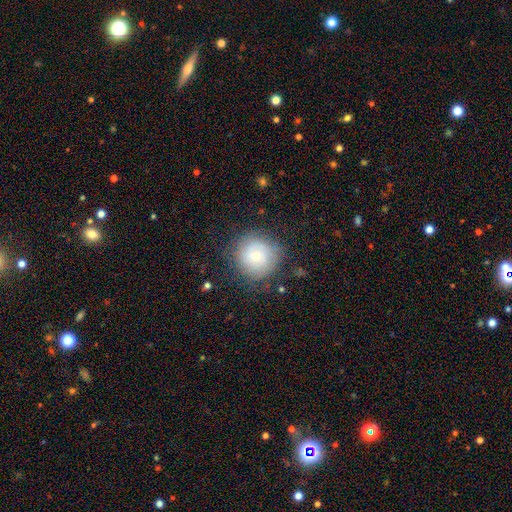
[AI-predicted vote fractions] smooth 68%, featured or disk 23%, star or artifact 9%. Down the decision tree: how rounded — round (93%); merging — none (80%).